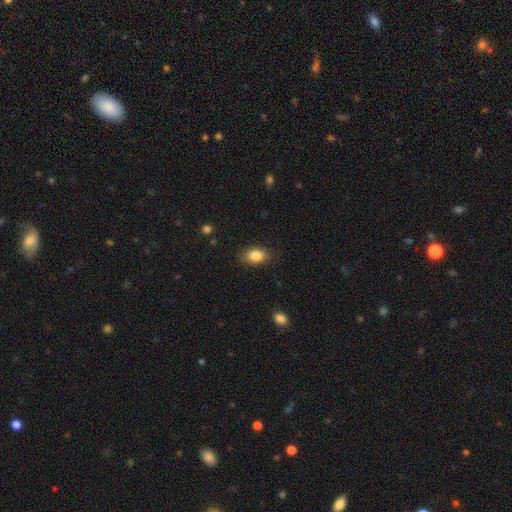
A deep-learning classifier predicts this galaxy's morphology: Overall: smooth (85%). How rounded: in between (82%). Merging: none (85%).